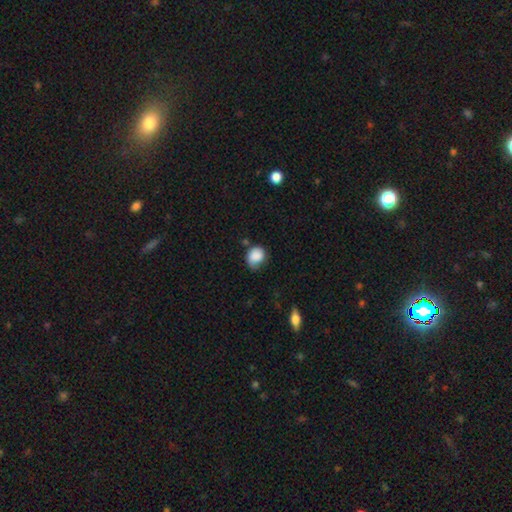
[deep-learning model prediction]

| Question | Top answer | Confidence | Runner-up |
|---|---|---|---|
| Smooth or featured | smooth | 86% | star or artifact (8%) |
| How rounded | round | 64% | in between (35%) |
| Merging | none | 47% | minor disturbance (38%) |